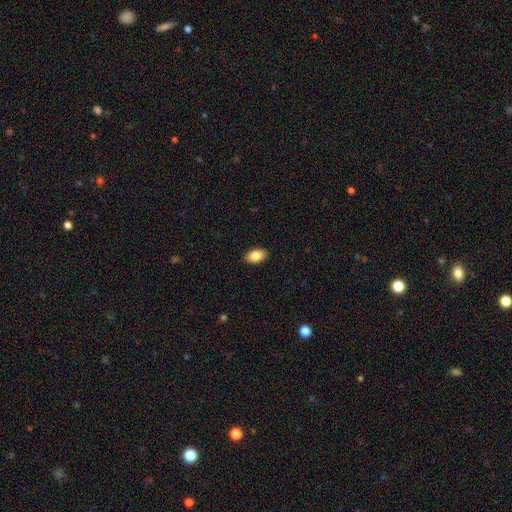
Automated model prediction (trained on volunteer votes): Smooth or featured? smooth (83%)
How rounded? in between (92%)
Merging? none (90%)